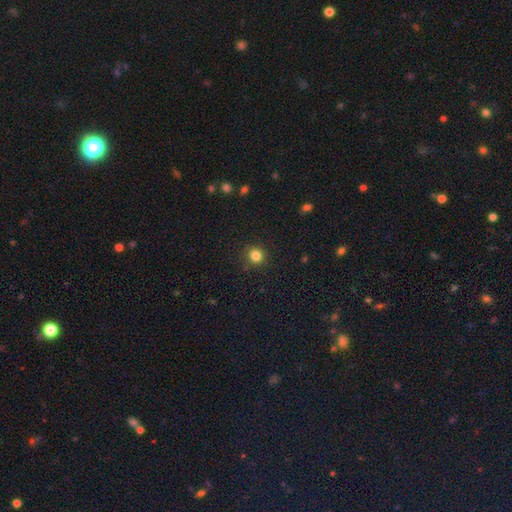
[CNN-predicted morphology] smooth_or_featured: smooth (p=0.83) [alt: star or artifact p=0.13]
how_rounded: round (p=0.91) [alt: in between p=0.08]
merging: none (p=0.88) [alt: minor disturbance p=0.08]